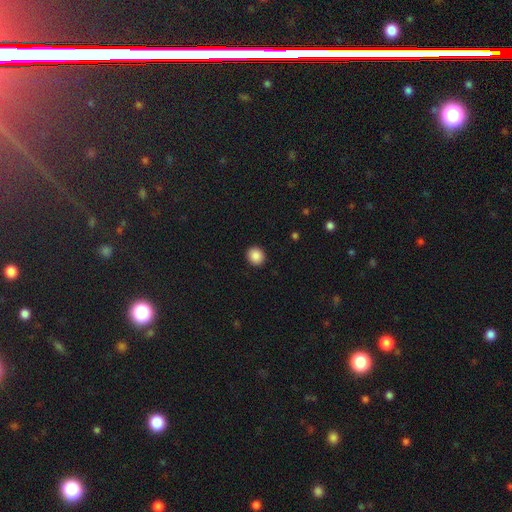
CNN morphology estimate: smooth_or_featured: smooth (p=0.88) [alt: star or artifact p=0.09]
how_rounded: round (p=0.84) [alt: in between p=0.15]
merging: none (p=0.92) [alt: minor disturbance p=0.05]